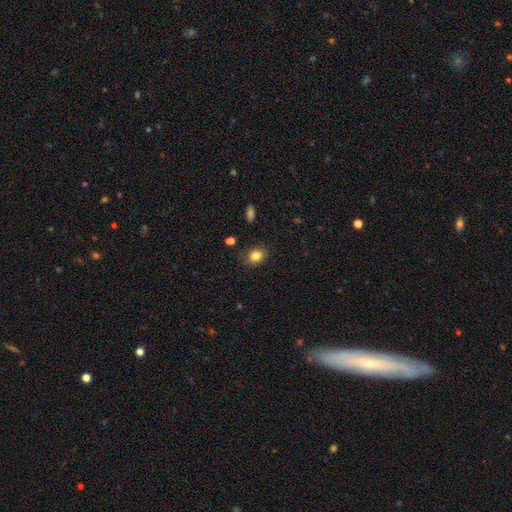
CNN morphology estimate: Smooth or featured?
  - smooth: 84% *
  - star or artifact: 10%
  - featured or disk: 6%
How rounded?
  - in between: 51% *
  - round: 48%
  - cigar-shaped: 1%
Merging?
  - none: 81% *
  - minor disturbance: 14%
  - major disturbance: 3%
  - merger: 2%